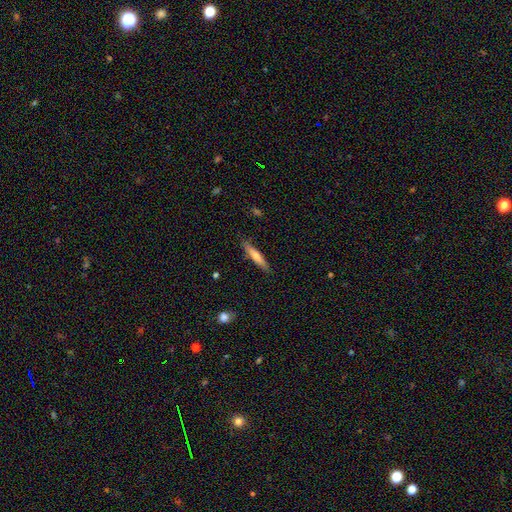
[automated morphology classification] smooth-or-featured: smooth: 56% | featured or disk: 38% | star or artifact: 6%
  how-rounded: cigar-shaped: 91% | in between: 7% | round: 1%
  merging: none: 88% | minor disturbance: 9% | major disturbance: 2% | merger: 1%